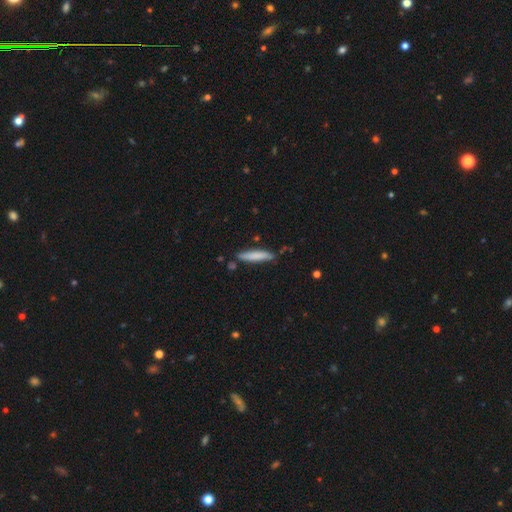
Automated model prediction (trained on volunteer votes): A smooth galaxy with no disk features (78%) that is cigar-shaped (87%).

Vote fractions:
- Smooth or featured? smooth: 78% / featured or disk: 16% / star or artifact: 5%
- How rounded? cigar-shaped: 87% / in between: 12% / round: 1%
- Merging? none: 79% / minor disturbance: 14% / merger: 4% / major disturbance: 3%